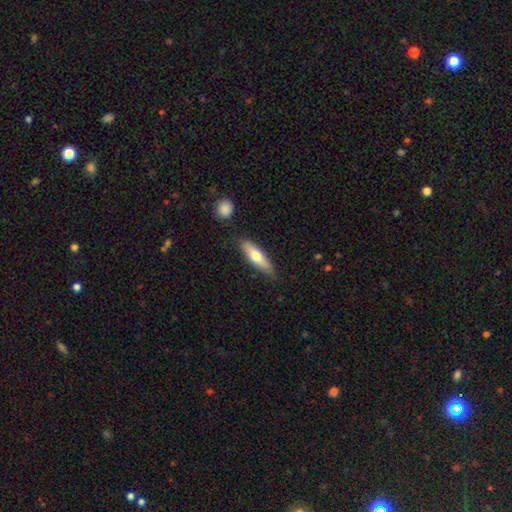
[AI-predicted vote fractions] smooth 64%, featured or disk 30%, star or artifact 5%. Down the decision tree: how rounded — cigar-shaped (56%); merging — none (82%).